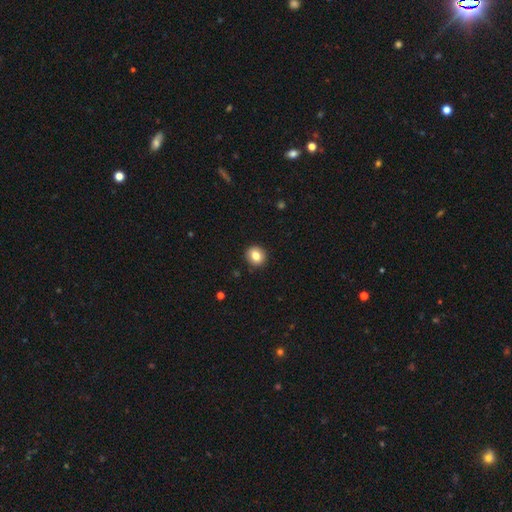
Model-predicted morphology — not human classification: smooth 82%, star or artifact 9%, featured or disk 9%. Down the decision tree: how rounded — round (82%); merging — none (92%).